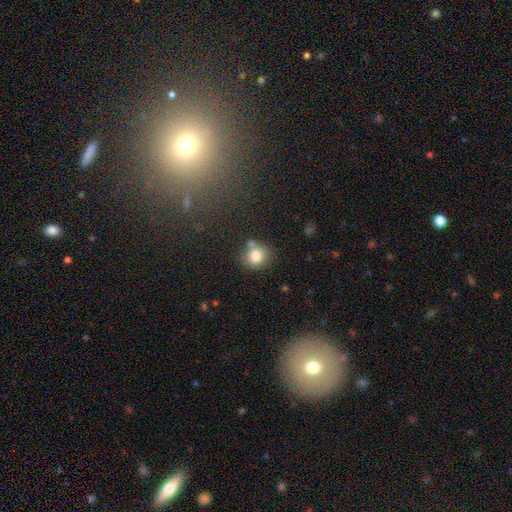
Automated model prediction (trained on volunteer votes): Smooth or featured? smooth (79%)
How rounded? round (81%)
Merging? none (66%)